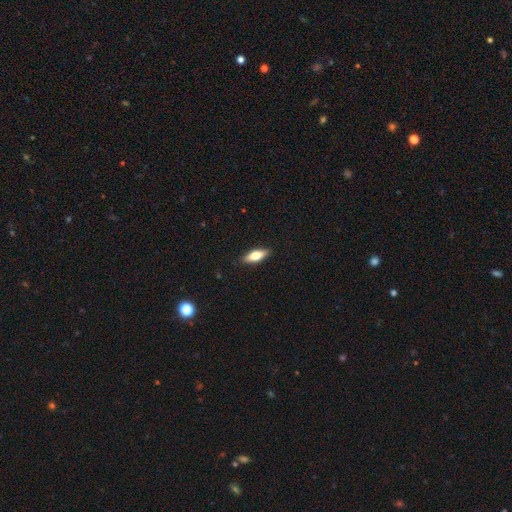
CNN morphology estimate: type=smooth (69%); roundness=in between (68%); merging=none (89%).